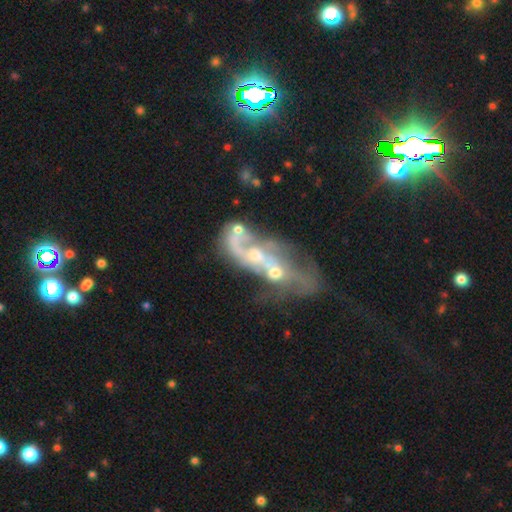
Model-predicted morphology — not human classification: Q: Smooth or featured?
A: featured or disk (70%); runner-up: star or artifact (15%)
Q: Edge-on disk?
A: no (93%); runner-up: yes (7%)
Q: Bar?
A: no (70%); runner-up: weak (23%)
Q: Spiral arms?
A: yes (55%); runner-up: no (45%)
Q: Bulge size?
A: moderate (42%); runner-up: small (35%)
Q: Merging?
A: merger (56%); runner-up: major disturbance (21%)